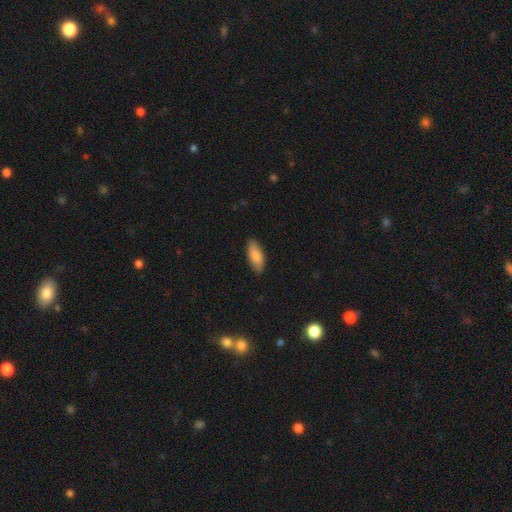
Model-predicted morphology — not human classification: smooth_or_featured: smooth (p=0.84) [alt: featured or disk p=0.10]
how_rounded: in between (p=0.76) [alt: cigar-shaped p=0.22]
merging: none (p=0.88) [alt: minor disturbance p=0.10]